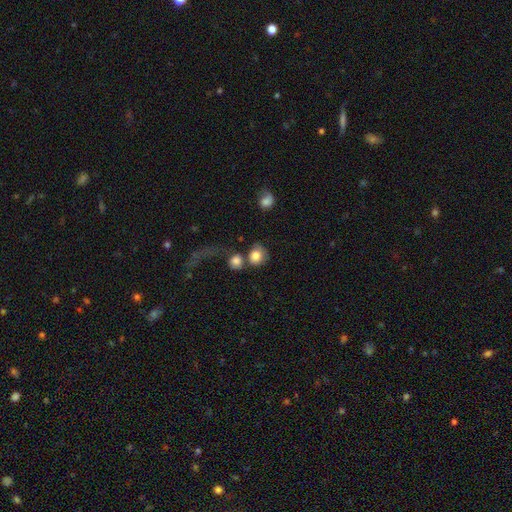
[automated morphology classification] Smooth or featured? smooth (82%)
How rounded? round (75%)
Merging? none (47%)